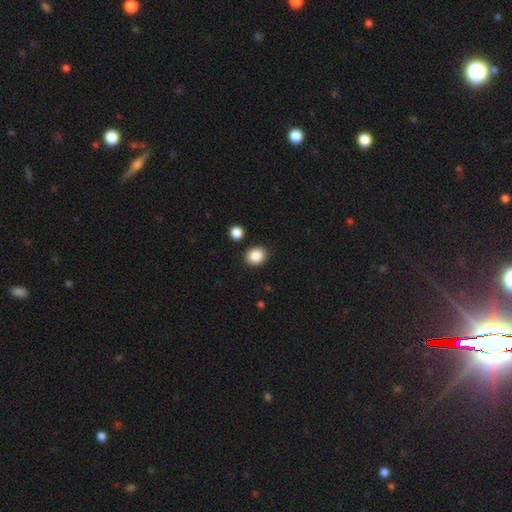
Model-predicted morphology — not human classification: type=smooth (87%); roundness=round (70%); merging=none (87%).